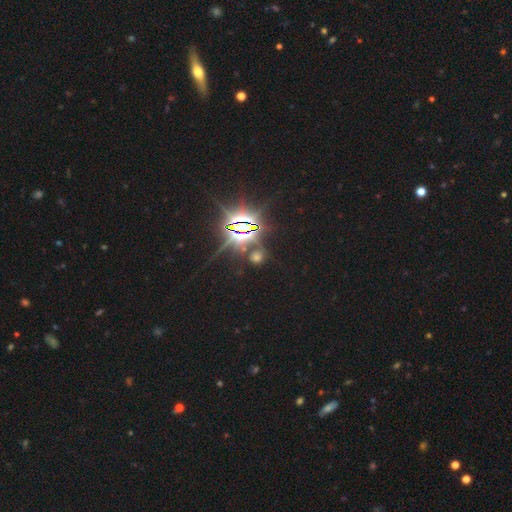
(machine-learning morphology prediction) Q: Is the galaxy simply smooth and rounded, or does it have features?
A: star or artifact — 84%.